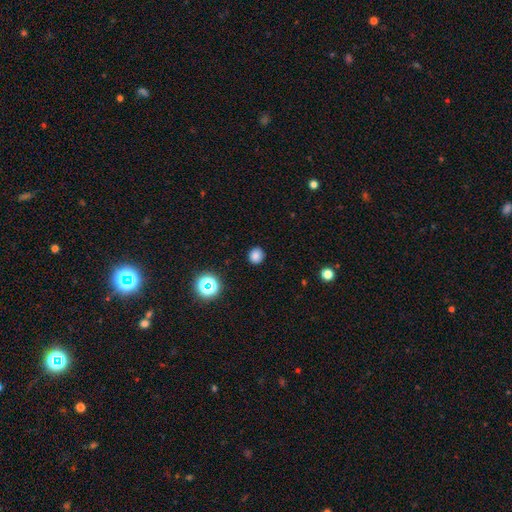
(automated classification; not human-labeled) This is clearly a smooth galaxy (80%). How rounded: clearly round (85%). Merging: clearly none (90%).